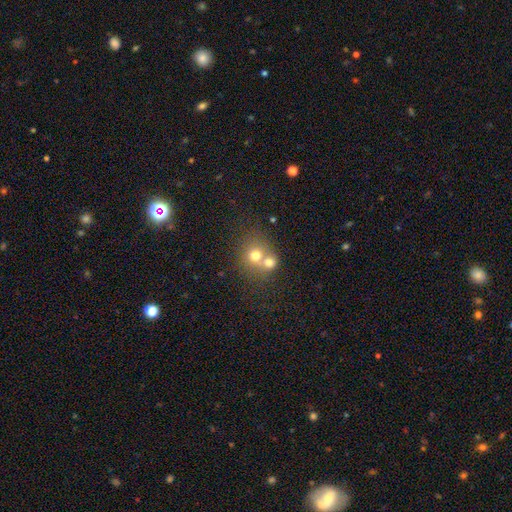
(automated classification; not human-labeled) Smooth or featured? smooth (68%)
How rounded? round (77%)
Merging? merger (60%)